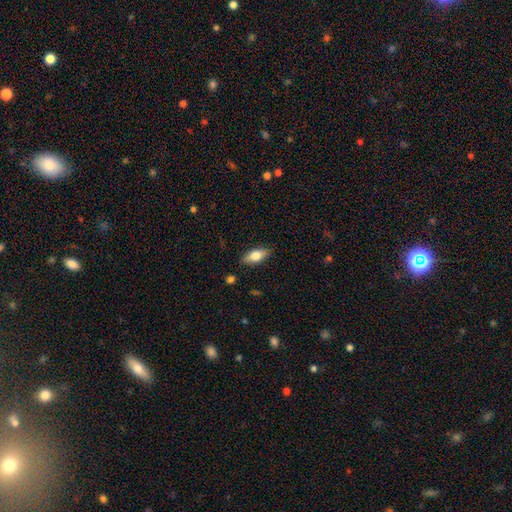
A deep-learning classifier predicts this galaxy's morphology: Smooth or featured?
  - smooth: 69% *
  - featured or disk: 24%
  - star or artifact: 7%
How rounded?
  - in between: 80% *
  - cigar-shaped: 17%
  - round: 3%
Merging?
  - none: 86% *
  - minor disturbance: 10%
  - major disturbance: 2%
  - merger: 1%